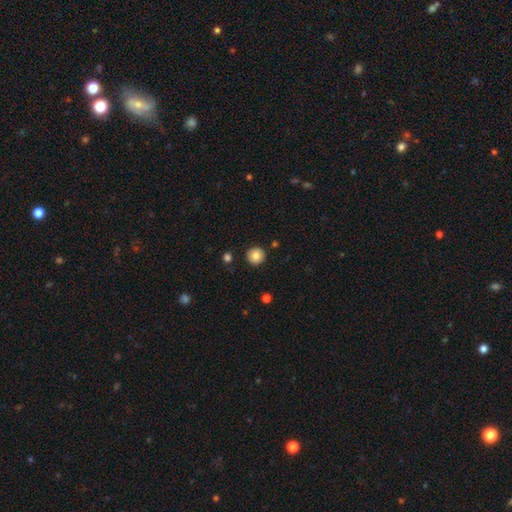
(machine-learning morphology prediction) type=smooth (83%); roundness=round (95%); merging=none (91%).